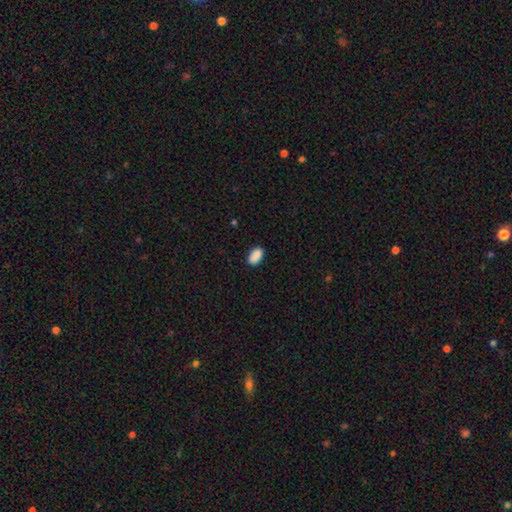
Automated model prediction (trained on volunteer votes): This appears to be a smooth galaxy with no disk features (89%) that is in between round and cigar-shaped (93%). Merging: none (85%).